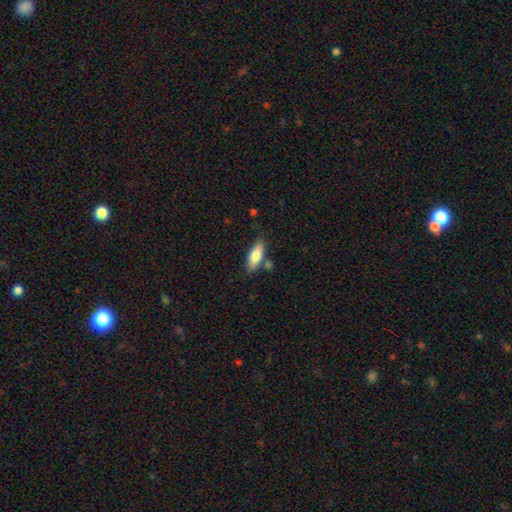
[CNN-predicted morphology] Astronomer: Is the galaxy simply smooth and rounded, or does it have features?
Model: smooth — 78%.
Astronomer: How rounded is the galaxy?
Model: in between — 70%.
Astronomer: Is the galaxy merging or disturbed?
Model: none — 74%.